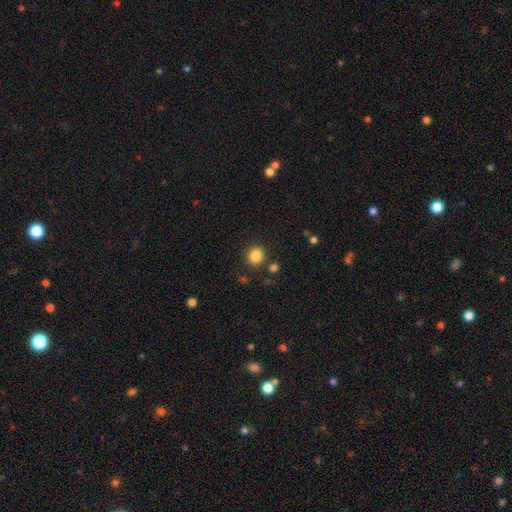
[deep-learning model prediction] smooth 85%, star or artifact 10%, featured or disk 4%. Down the decision tree: how rounded — round (88%); merging — none (86%).